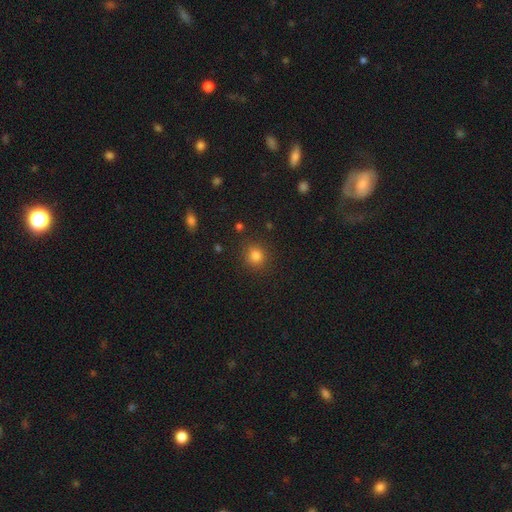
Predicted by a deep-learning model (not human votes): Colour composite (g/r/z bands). It shows a smooth galaxy with no disk features (82%) that is round (88%). Merging: none (87%).